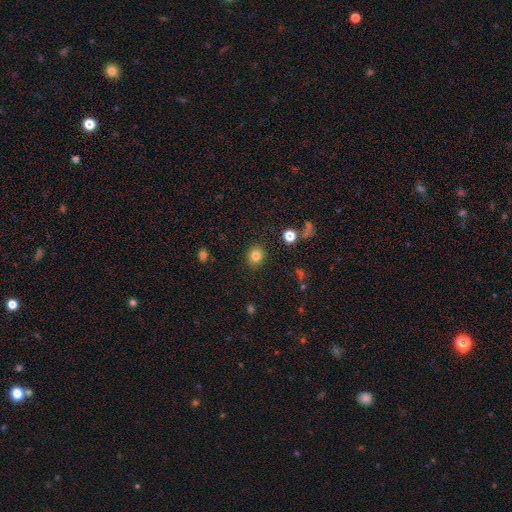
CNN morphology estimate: type=smooth (82%); roundness=round (82%); merging=none (89%).